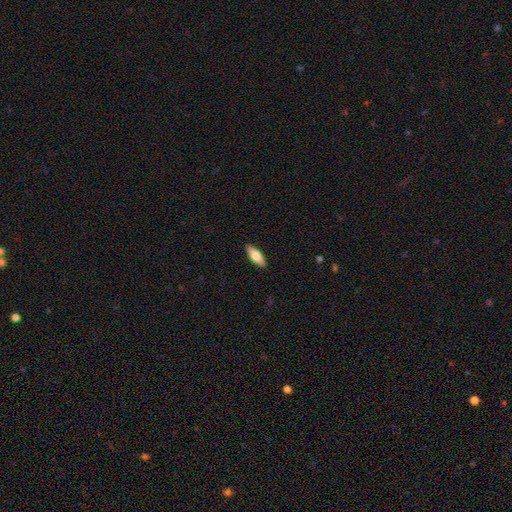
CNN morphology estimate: Smooth or featured?
  - smooth: 71% *
  - featured or disk: 24%
  - star or artifact: 6%
How rounded?
  - in between: 63% *
  - cigar-shaped: 35%
  - round: 2%
Merging?
  - none: 90% *
  - minor disturbance: 8%
  - major disturbance: 2%
  - merger: 1%